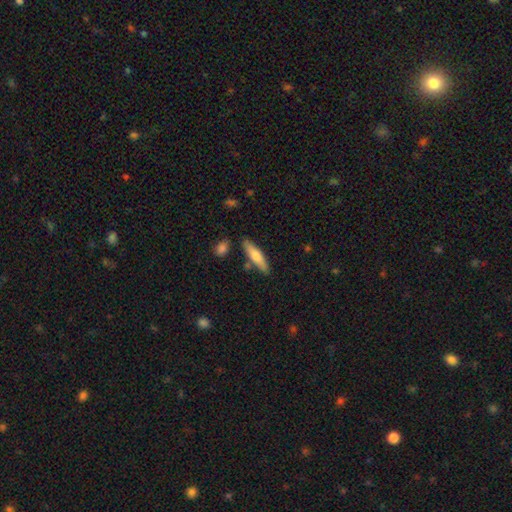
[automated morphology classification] Smooth or featured? smooth (63%)
How rounded? cigar-shaped (75%)
Merging? none (81%)